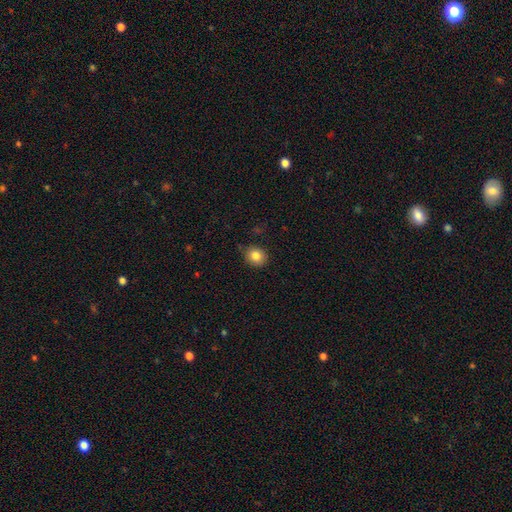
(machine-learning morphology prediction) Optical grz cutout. It shows a smooth galaxy with no disk features (83%) that is round (71%). Merging: none (84%).